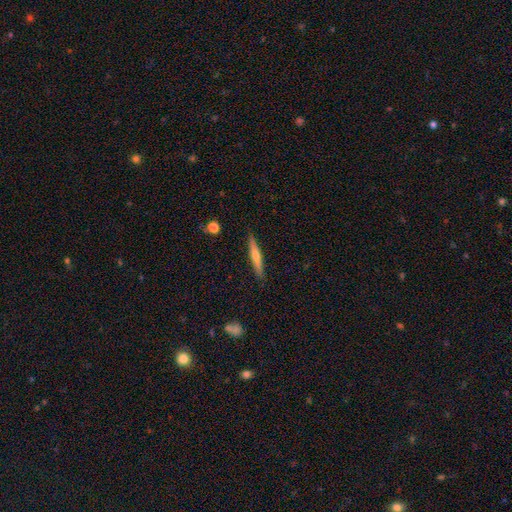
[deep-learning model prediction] Smooth or featured: featured or disk — 54% (smooth — 39%)
Edge-on disk: yes — 96% (no — 4%)
Edge-on bulge: rounded — 80% (none — 16%)
Merging: none — 90% (minor disturbance — 8%)